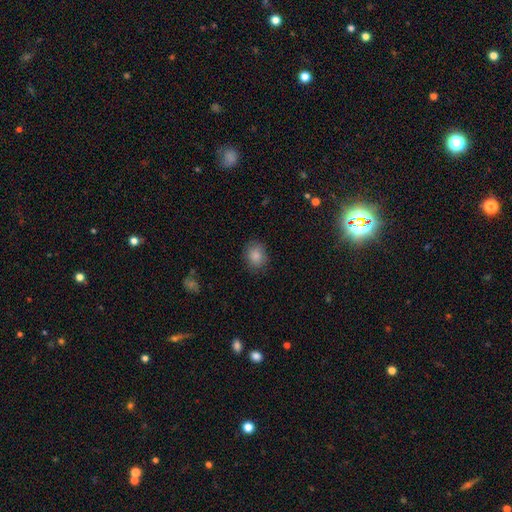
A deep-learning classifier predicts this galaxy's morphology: smooth_or_featured: smooth (p=0.85) [alt: star or artifact p=0.09]
how_rounded: round (p=0.59) [alt: in between p=0.41]
merging: none (p=0.84) [alt: minor disturbance p=0.12]